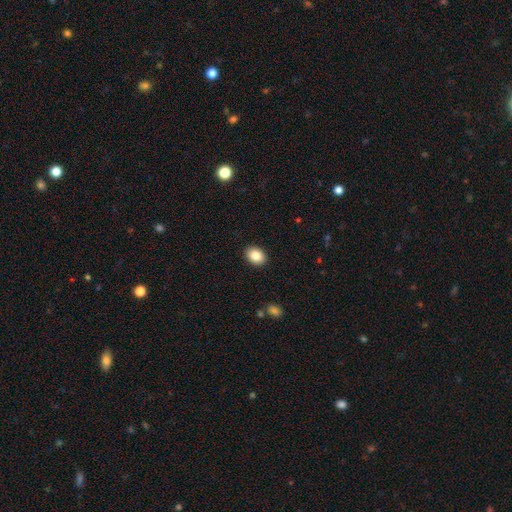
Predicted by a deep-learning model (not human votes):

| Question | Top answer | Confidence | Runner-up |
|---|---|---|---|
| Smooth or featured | smooth | 87% | star or artifact (8%) |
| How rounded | in between | 69% | round (30%) |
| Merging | none | 90% | minor disturbance (7%) |